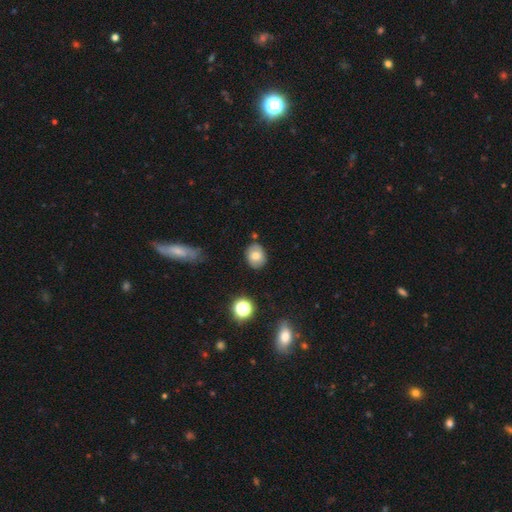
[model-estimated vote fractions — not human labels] Smooth or featured: smooth — 73% (featured or disk — 16%)
How rounded: in between — 51% (round — 48%)
Merging: none — 79% (minor disturbance — 14%)